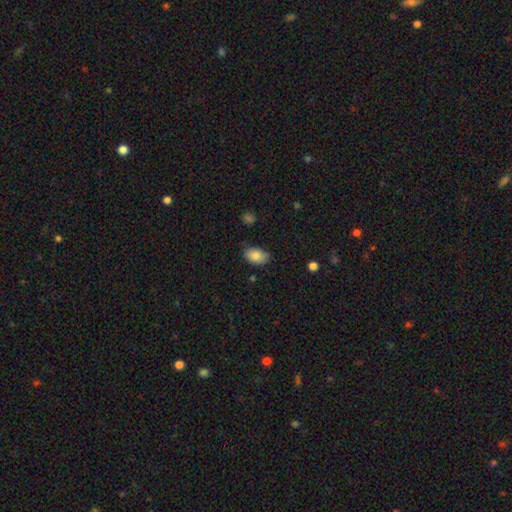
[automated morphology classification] smooth_or_featured: smooth (p=0.85) [alt: featured or disk p=0.08]
how_rounded: in between (p=0.91) [alt: round p=0.08]
merging: none (p=0.81) [alt: minor disturbance p=0.15]